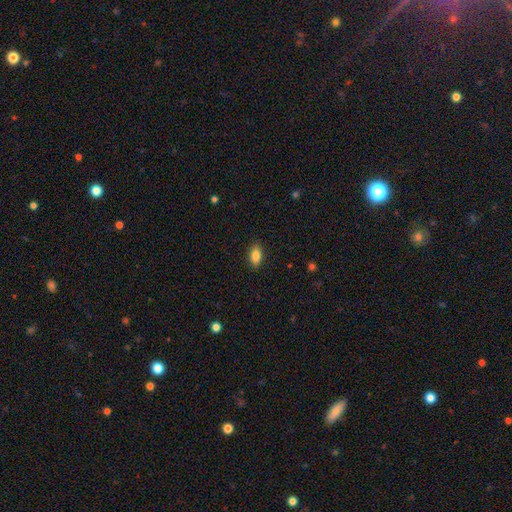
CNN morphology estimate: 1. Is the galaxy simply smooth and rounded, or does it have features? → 86% smooth, 8% star or artifact, 6% featured or disk.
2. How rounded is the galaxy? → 89% in between, 5% cigar-shaped, 5% round.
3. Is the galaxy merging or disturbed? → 88% none, 9% minor disturbance, 2% major disturbance, 1% merger.